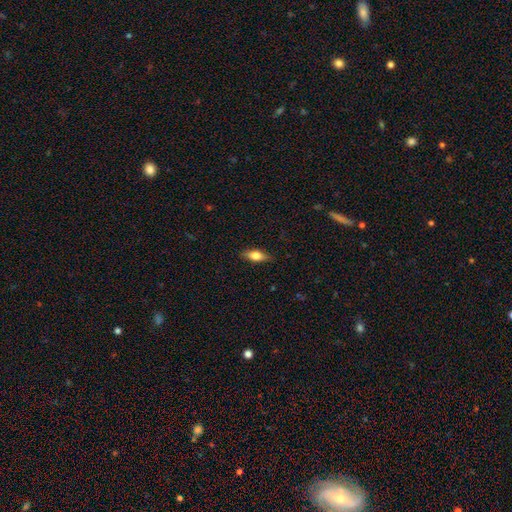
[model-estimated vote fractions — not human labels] This is likely a smooth galaxy (67%). How rounded: likely in between (69%). Merging: clearly none (85%).